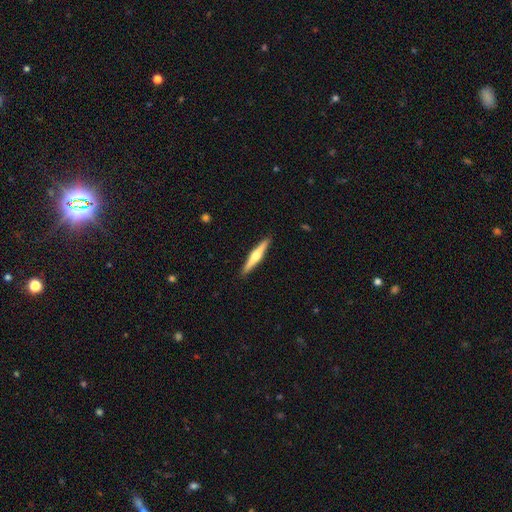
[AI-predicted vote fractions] featured or disk 66%, smooth 29%, star or artifact 5%. Down the decision tree: edge-on disk — yes (98%); edge-on bulge — rounded (91%); merging — none (92%).